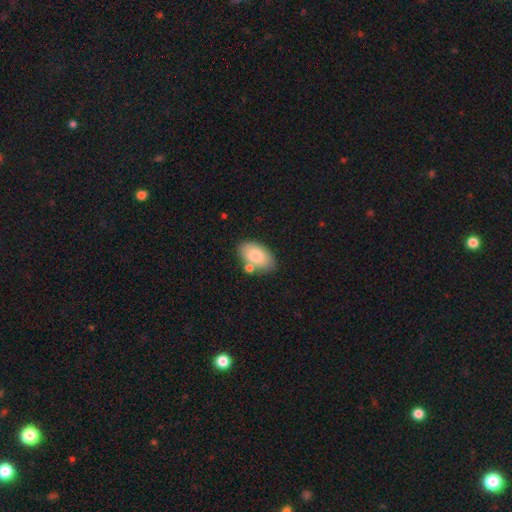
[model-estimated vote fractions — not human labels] This is likely a smooth galaxy (80%). How rounded: clearly in between (94%). Merging: likely none (69%).